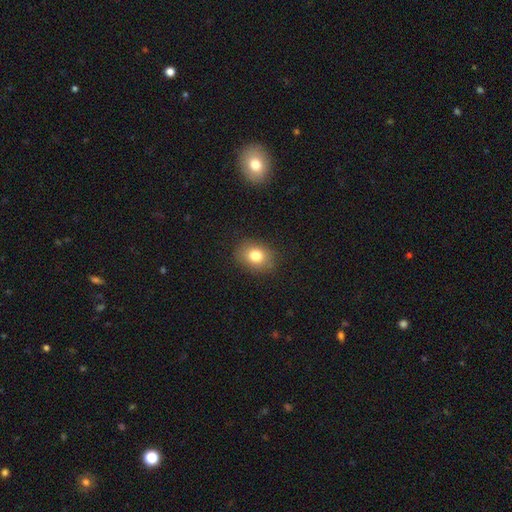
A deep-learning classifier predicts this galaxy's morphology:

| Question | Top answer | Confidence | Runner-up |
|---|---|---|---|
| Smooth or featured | smooth | 79% | star or artifact (11%) |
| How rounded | in between | 52% | round (47%) |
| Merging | none | 87% | minor disturbance (9%) |